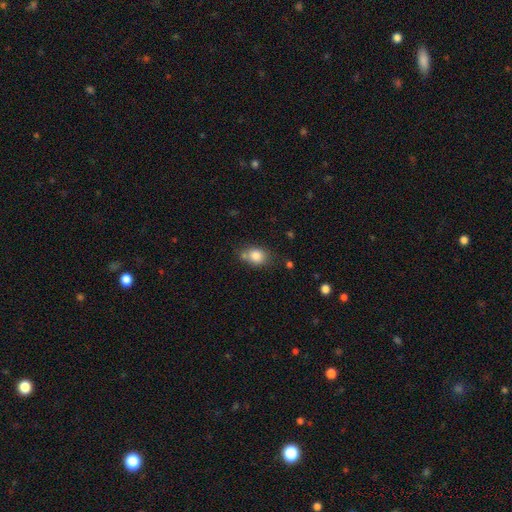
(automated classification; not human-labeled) Smooth or featured?
  - smooth: 82% *
  - star or artifact: 9%
  - featured or disk: 8%
How rounded?
  - in between: 56% *
  - round: 42%
  - cigar-shaped: 1%
Merging?
  - none: 61% *
  - minor disturbance: 19%
  - merger: 15%
  - major disturbance: 5%